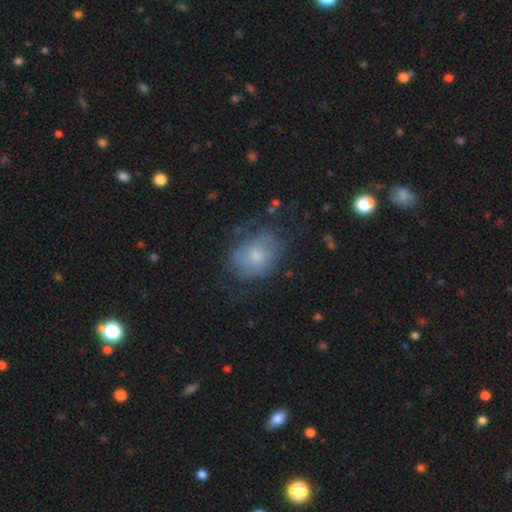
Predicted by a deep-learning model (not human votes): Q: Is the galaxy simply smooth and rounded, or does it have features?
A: smooth — 60%.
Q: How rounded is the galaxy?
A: in between — 58%.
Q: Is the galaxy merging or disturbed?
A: none — 56%.